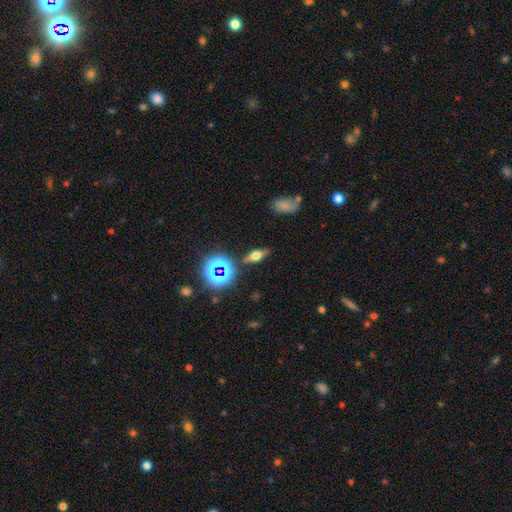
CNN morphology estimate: smooth_or_featured: featured or disk (p=0.43) [alt: smooth p=0.38]
merging: none (p=0.83) [alt: minor disturbance p=0.10]